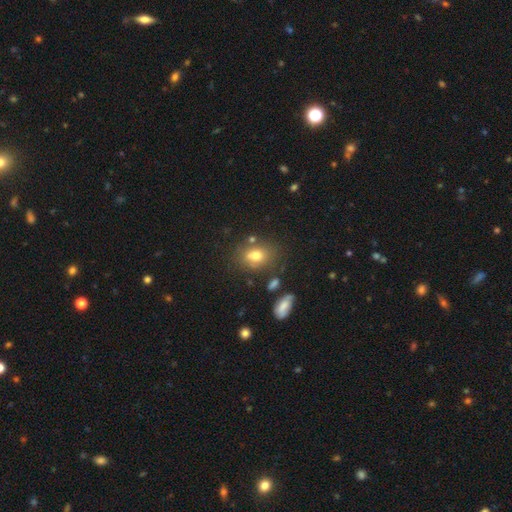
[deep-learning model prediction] Q: Smooth or featured?
A: smooth (74%); runner-up: featured or disk (14%)
Q: How rounded?
A: in between (61%); runner-up: round (38%)
Q: Merging?
A: none (68%); runner-up: minor disturbance (17%)